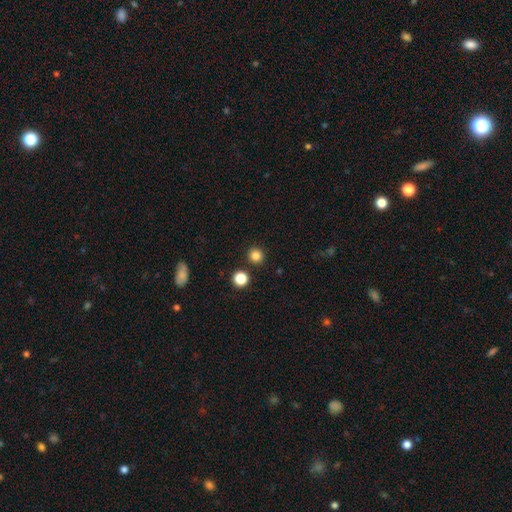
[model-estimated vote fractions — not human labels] smooth 83%, star or artifact 13%, featured or disk 4%. Down the decision tree: how rounded — round (93%); merging — none (89%).